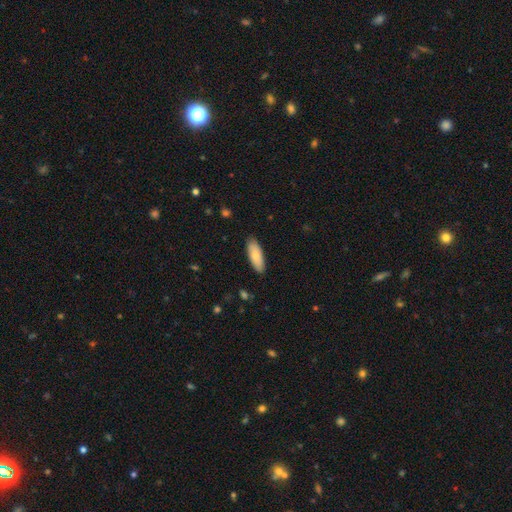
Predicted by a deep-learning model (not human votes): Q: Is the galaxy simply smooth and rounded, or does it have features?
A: smooth — 81%.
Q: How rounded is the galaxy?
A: in between — 69%.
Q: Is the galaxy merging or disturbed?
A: none — 88%.